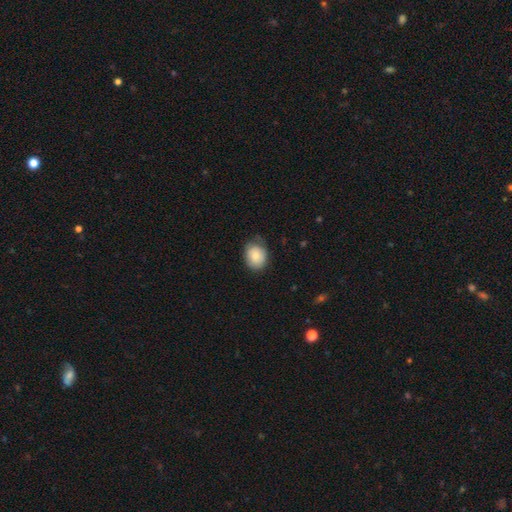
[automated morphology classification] Smooth or featured? Predicted: smooth (p=0.80). How rounded? Predicted: round (p=0.50). Merging? Predicted: none (p=0.69).